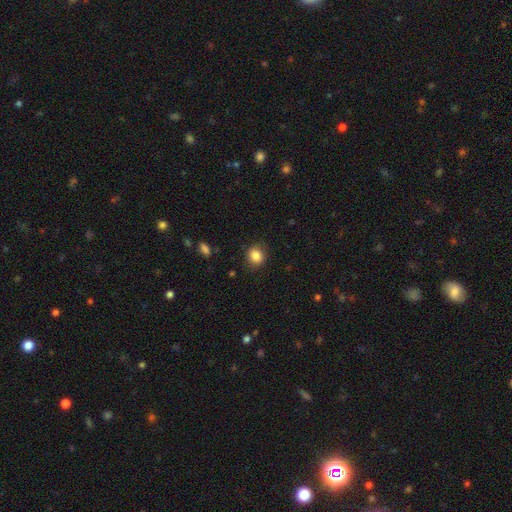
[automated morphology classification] Smooth or featured?
  - smooth: 85% *
  - star or artifact: 10%
  - featured or disk: 5%
How rounded?
  - round: 72% *
  - in between: 27%
  - cigar-shaped: 1%
Merging?
  - none: 83% *
  - minor disturbance: 13%
  - major disturbance: 3%
  - merger: 1%